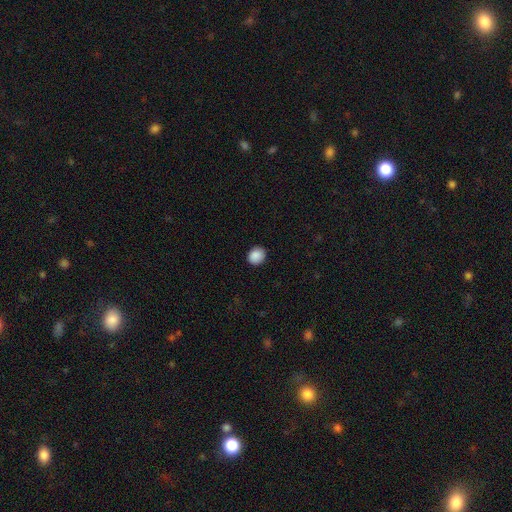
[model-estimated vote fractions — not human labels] smooth 89%, star or artifact 9%, featured or disk 3%. Down the decision tree: how rounded — round (76%); merging — none (90%).